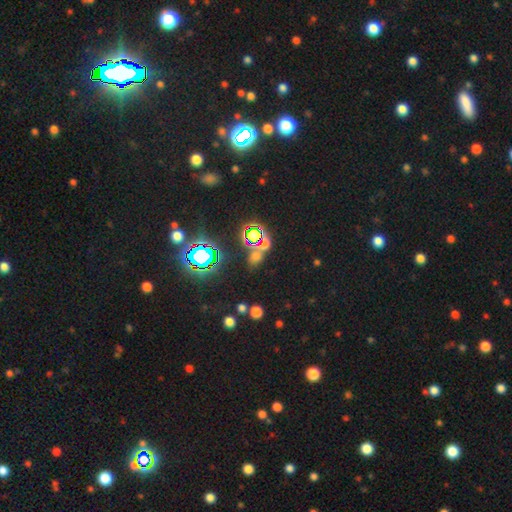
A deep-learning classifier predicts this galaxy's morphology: This is possibly a star or artifact rather than a galaxy (48%).